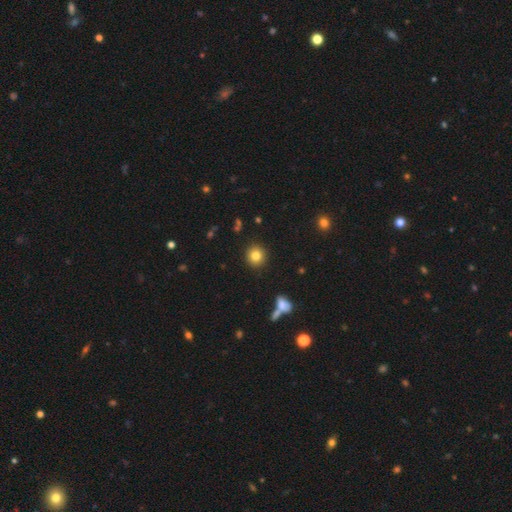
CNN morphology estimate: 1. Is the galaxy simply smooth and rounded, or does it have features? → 83% smooth, 11% star or artifact, 7% featured or disk.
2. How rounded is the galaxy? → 90% round, 9% in between, 1% cigar-shaped.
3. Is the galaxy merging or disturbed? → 90% none, 6% minor disturbance, 2% major disturbance, 2% merger.